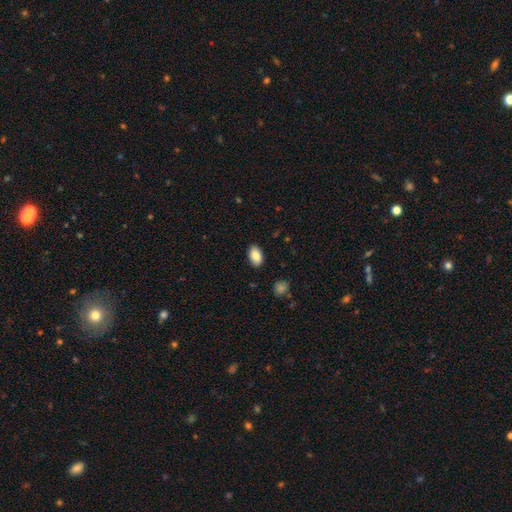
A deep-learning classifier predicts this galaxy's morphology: Smooth or featured? Predicted: smooth (p=0.86). How rounded? Predicted: in between (p=0.92). Merging? Predicted: none (p=0.88).